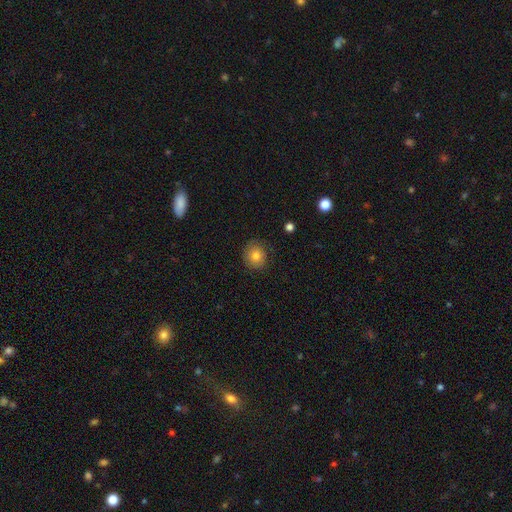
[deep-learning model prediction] Smooth or featured? Predicted: smooth (p=0.76). How rounded? Predicted: round (p=0.86). Merging? Predicted: none (p=0.79).